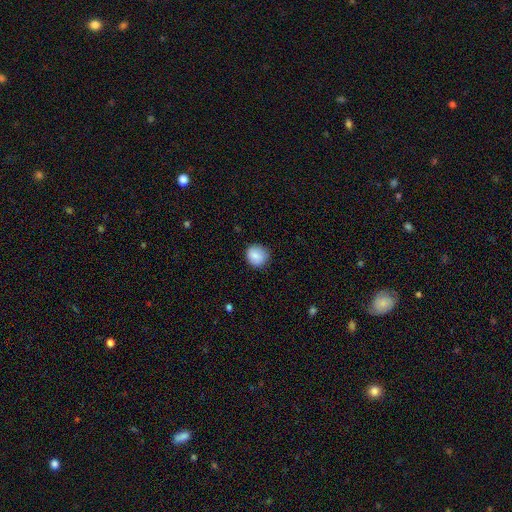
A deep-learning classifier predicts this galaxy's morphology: Smooth or featured?
  - smooth: 86% *
  - star or artifact: 8%
  - featured or disk: 6%
How rounded?
  - round: 87% *
  - in between: 12%
  - cigar-shaped: 1%
Merging?
  - none: 84% *
  - minor disturbance: 12%
  - major disturbance: 3%
  - merger: 1%